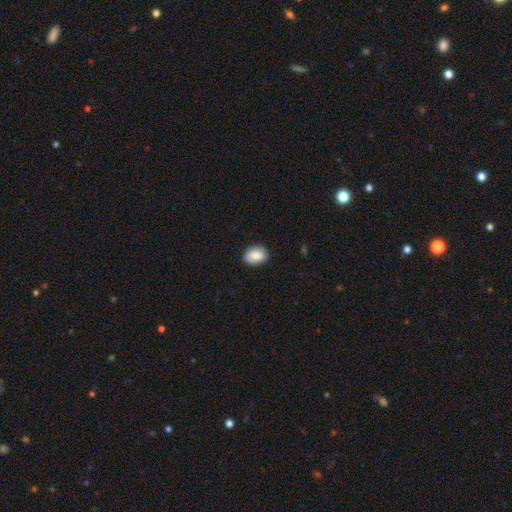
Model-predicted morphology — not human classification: This appears to be a smooth galaxy with no disk features (83%) that is in between round and cigar-shaped (60%). Merging: none (87%).